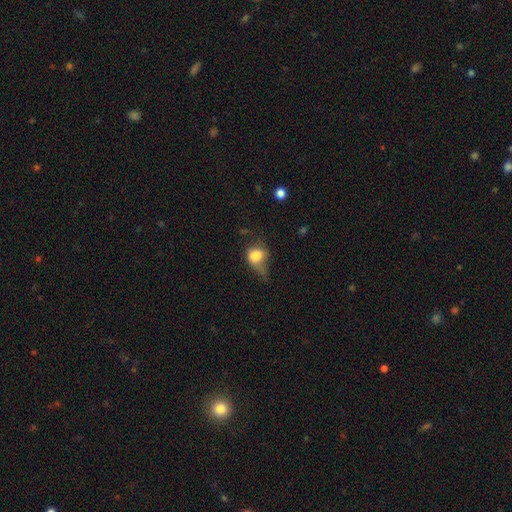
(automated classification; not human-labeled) Smooth or featured? Predicted: smooth (p=0.75). How rounded? Predicted: in between (p=0.52). Merging? Predicted: major disturbance (p=0.39).